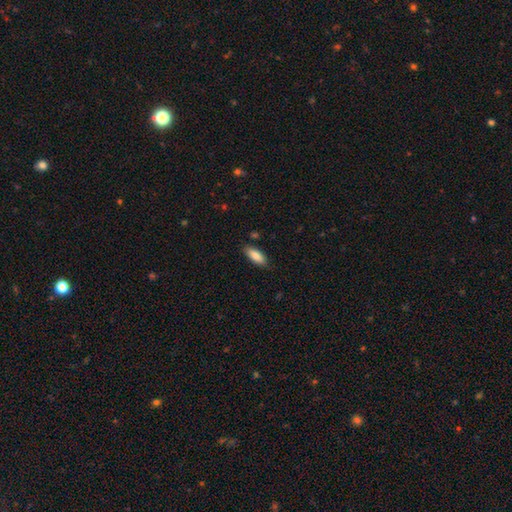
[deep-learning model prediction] A smooth galaxy with no disk features (85%) that is in between round and cigar-shaped (79%).

Vote fractions:
- Smooth or featured? smooth: 85% / featured or disk: 9% / star or artifact: 6%
- How rounded? in between: 79% / cigar-shaped: 20% / round: 2%
- Merging? none: 85% / minor disturbance: 11% / major disturbance: 2% / merger: 2%